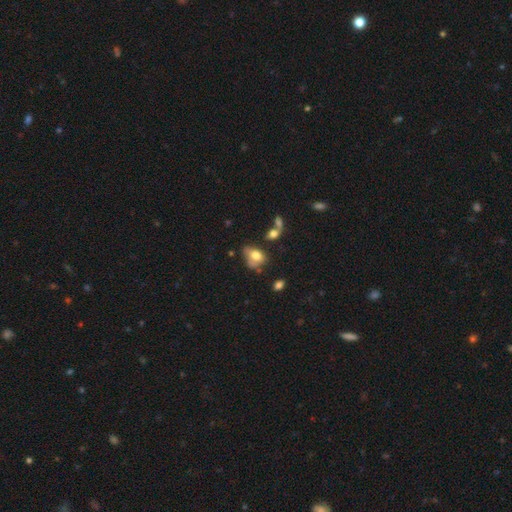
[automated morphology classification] Smooth or featured? Predicted: smooth (p=0.70). How rounded? Predicted: in between (p=0.65). Merging? Predicted: none (p=0.32).